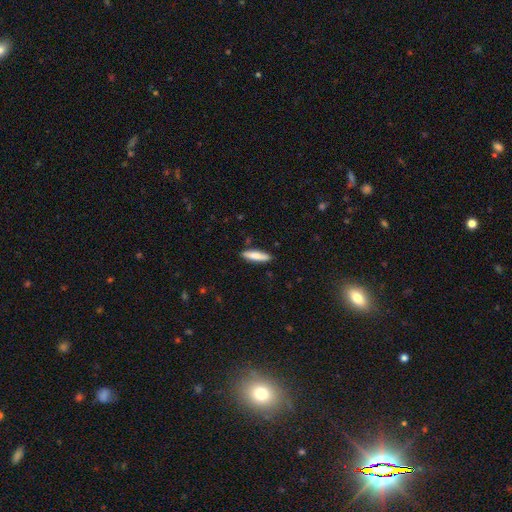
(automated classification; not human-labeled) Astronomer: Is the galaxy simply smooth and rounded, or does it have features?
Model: smooth — 80%.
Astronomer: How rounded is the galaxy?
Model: cigar-shaped — 77%.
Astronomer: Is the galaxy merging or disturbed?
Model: none — 87%.